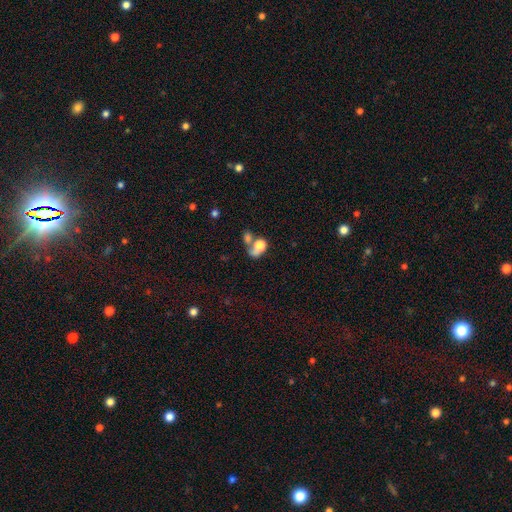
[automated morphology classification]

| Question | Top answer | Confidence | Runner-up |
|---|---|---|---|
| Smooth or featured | smooth | 52% | star or artifact (27%) |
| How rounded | round | 53% | in between (43%) |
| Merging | none | 41% | merger (38%) |